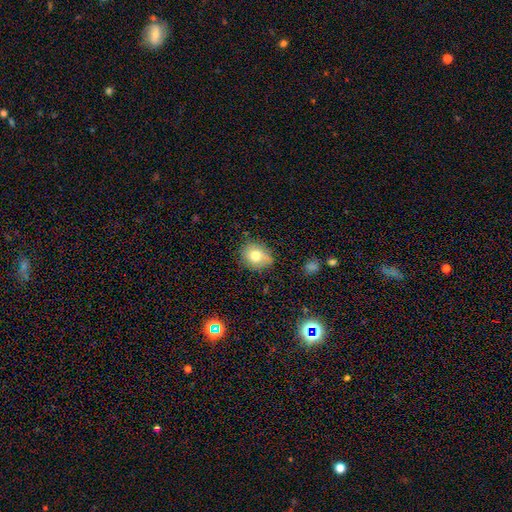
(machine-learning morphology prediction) This is likely a smooth galaxy (75%). How rounded: possibly round (58%). Merging: likely none (72%).